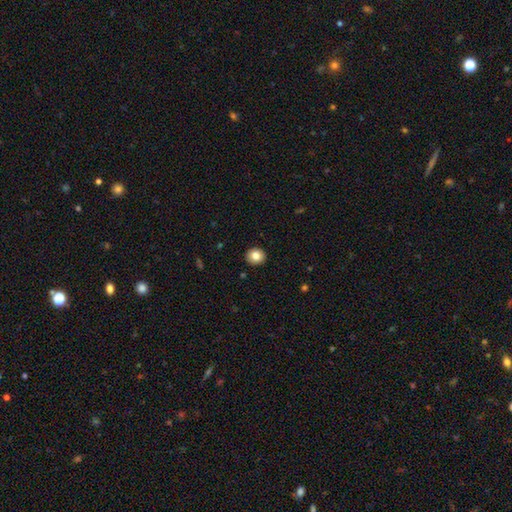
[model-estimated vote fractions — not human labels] This is clearly a smooth galaxy (83%). How rounded: clearly round (85%). Merging: clearly none (92%).